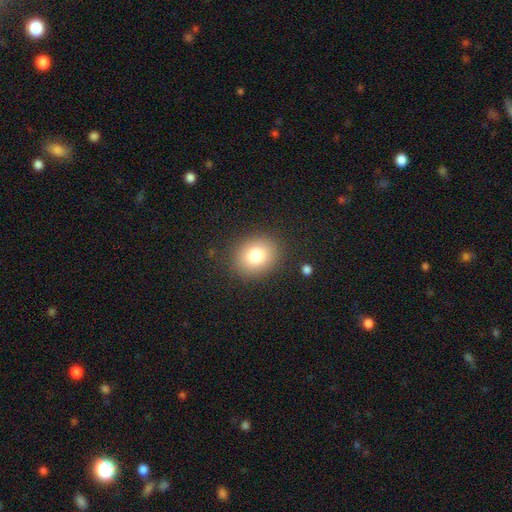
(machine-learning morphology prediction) type=smooth (80%); roundness=round (61%); merging=none (88%).